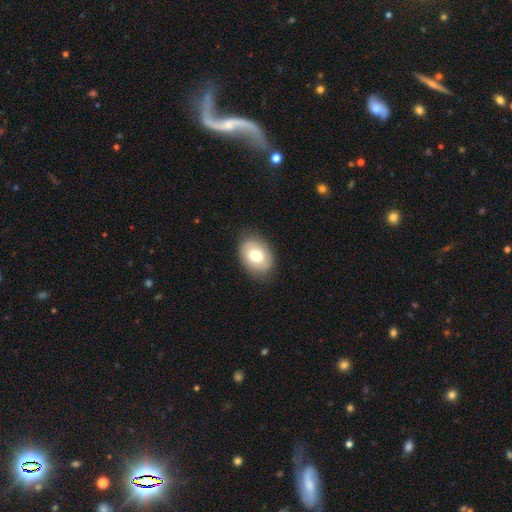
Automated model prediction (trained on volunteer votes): Smooth or featured: smooth — 73% (featured or disk — 20%)
How rounded: in between — 76% (round — 23%)
Merging: none — 84% (minor disturbance — 12%)